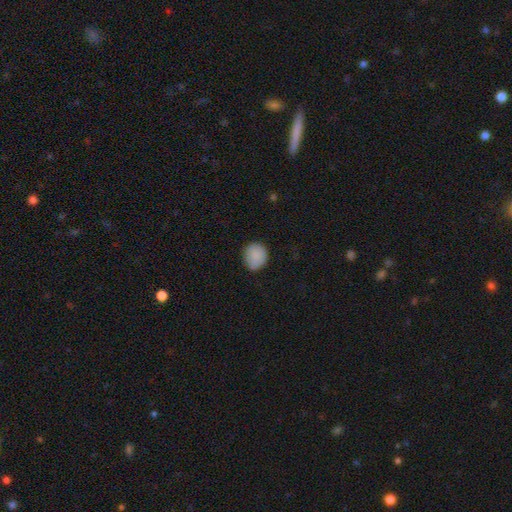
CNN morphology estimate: The model was most divided on "how rounded": round: 73%, in between: 26%, cigar-shaped: 1%. More confident: smooth or featured — smooth (87%); merging — none (75%).